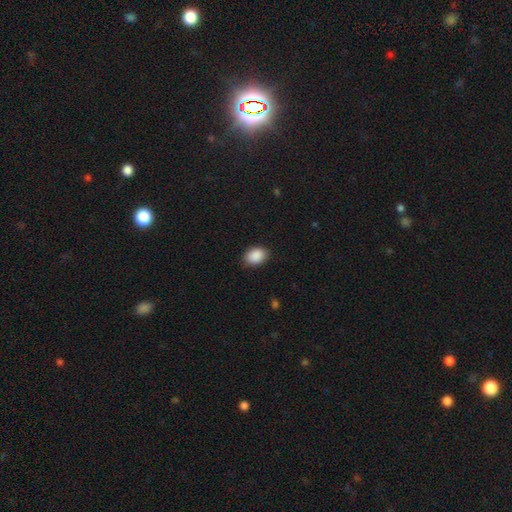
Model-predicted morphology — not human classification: Smooth or featured? Predicted: smooth (p=0.90). How rounded? Predicted: in between (p=0.80). Merging? Predicted: none (p=0.86).